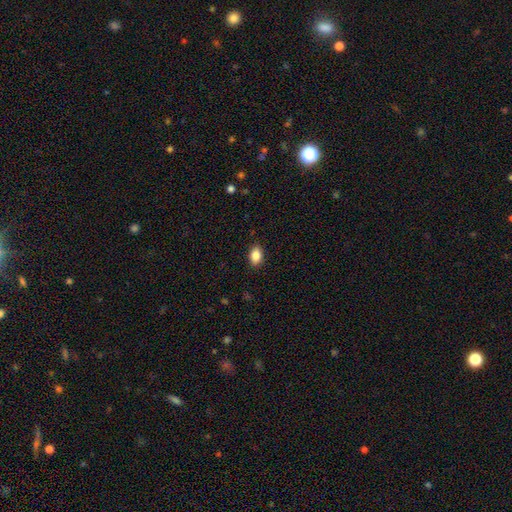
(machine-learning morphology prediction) Smooth or featured?
  - smooth: 87% *
  - star or artifact: 8%
  - featured or disk: 5%
How rounded?
  - in between: 85% *
  - round: 13%
  - cigar-shaped: 1%
Merging?
  - none: 88% *
  - minor disturbance: 9%
  - major disturbance: 2%
  - merger: 1%